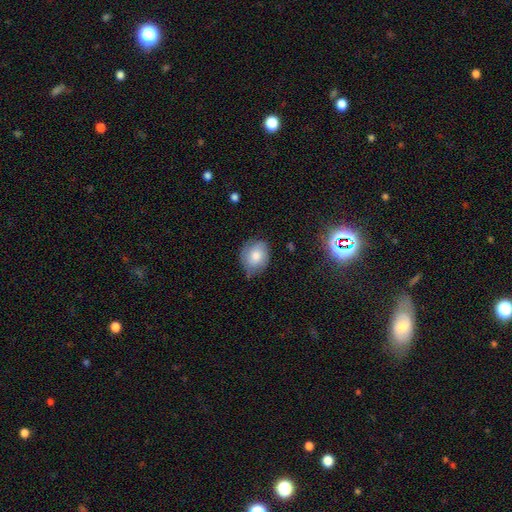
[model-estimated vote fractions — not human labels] A smooth galaxy with no disk features (75%) that is round (61%). Merging: none (67%).